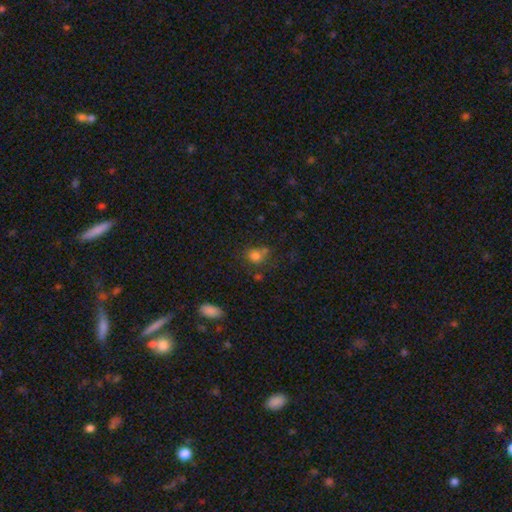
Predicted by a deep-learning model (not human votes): The model was most divided on "merging": none: 56%, merger: 23%, minor disturbance: 15%, major disturbance: 6%. More confident: smooth or featured — smooth (76%); how rounded — round (72%).